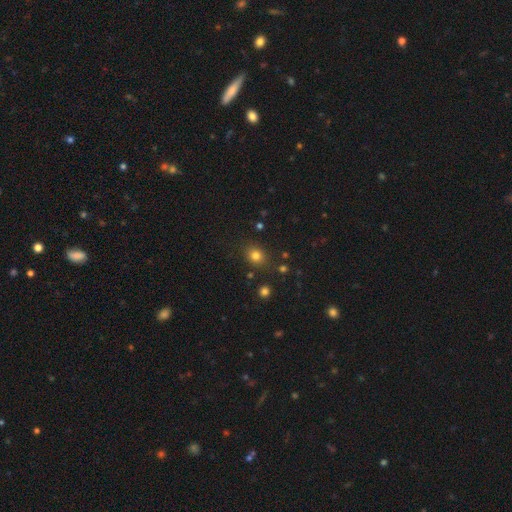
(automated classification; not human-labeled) Smooth or featured? smooth (79%)
How rounded? round (61%)
Merging? none (82%)